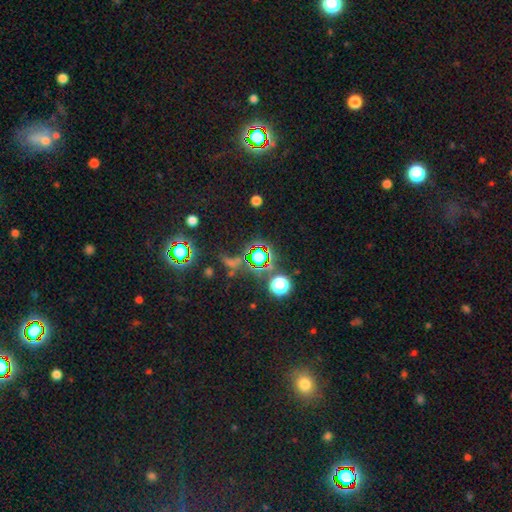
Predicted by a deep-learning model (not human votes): A star or artifact, not a galaxy (66%).